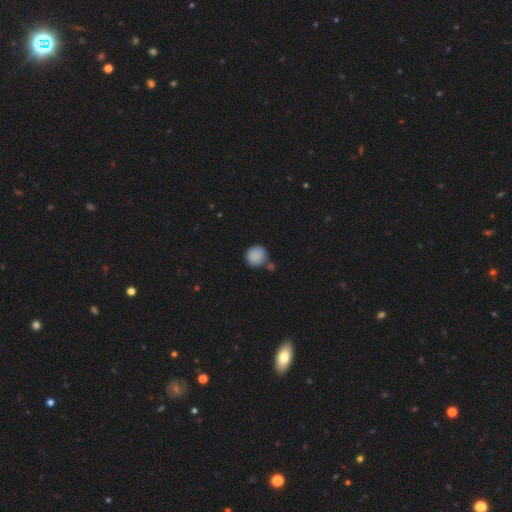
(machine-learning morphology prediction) Smooth or featured: smooth — 88% (star or artifact — 8%)
How rounded: round — 89% (in between — 10%)
Merging: none — 66% (minor disturbance — 16%)